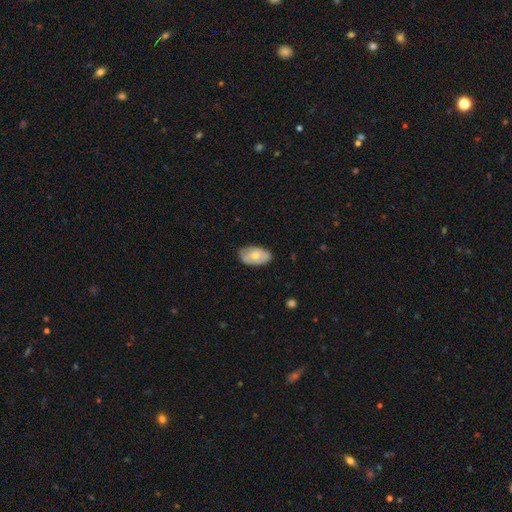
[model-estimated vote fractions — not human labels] This appears to be a smooth galaxy with no disk features (60%) that is in between round and cigar-shaped (92%). Merging: none (77%).